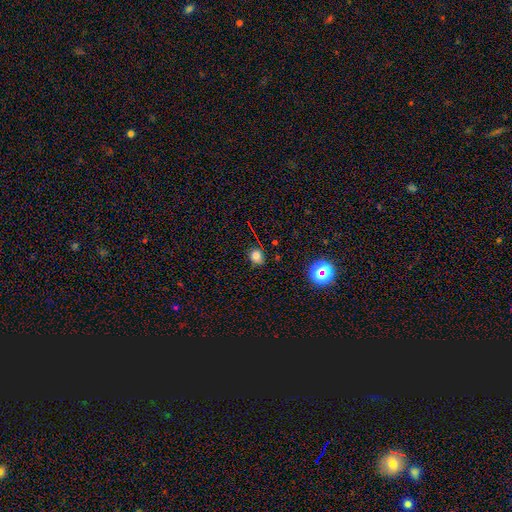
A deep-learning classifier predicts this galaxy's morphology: Smooth or featured? Predicted: smooth (p=0.76). How rounded? Predicted: round (p=0.66). Merging? Predicted: none (p=0.78).